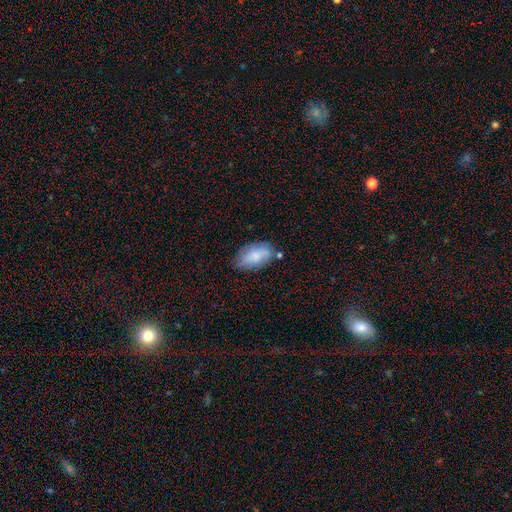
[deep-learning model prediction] Morphology: type=smooth (75%); roundness=in between (93%); merging=none (64%).